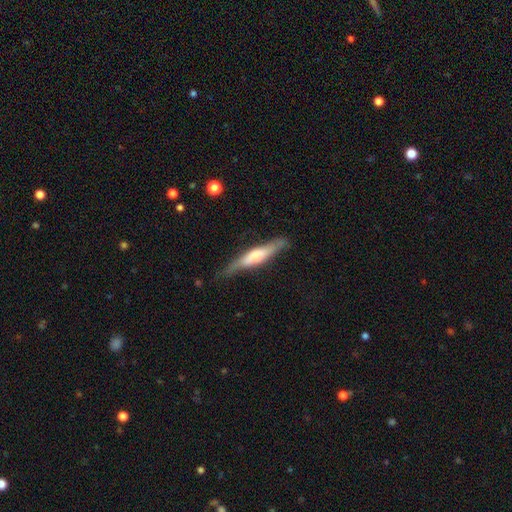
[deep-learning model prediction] featured or disk 54%, smooth 41%, star or artifact 5%. Down the decision tree: edge-on disk — yes (90%); merging — none (77%).